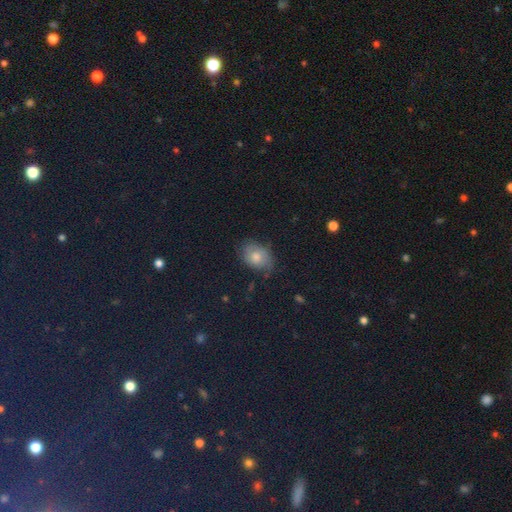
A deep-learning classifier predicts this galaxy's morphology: smooth_or_featured: smooth (p=0.56) [alt: star or artifact p=0.23]
how_rounded: in between (p=0.73) [alt: round p=0.26]
merging: none (p=0.70) [alt: minor disturbance p=0.22]